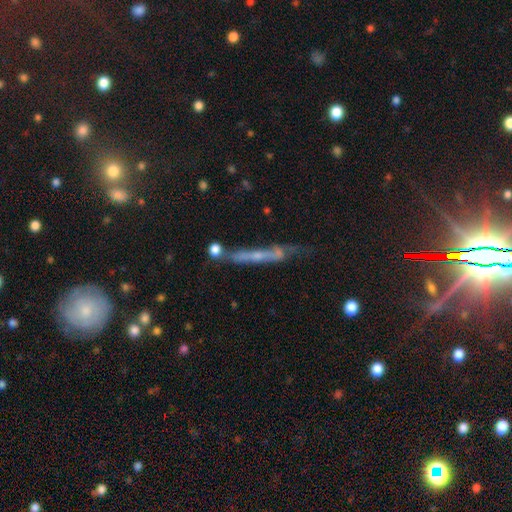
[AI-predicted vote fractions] Smooth or featured?
  - featured or disk: 57% *
  - smooth: 32%
  - star or artifact: 11%
Edge-on disk?
  - yes: 79% *
  - no: 21%
Merging?
  - none: 51% *
  - minor disturbance: 23%
  - major disturbance: 13%
  - merger: 13%